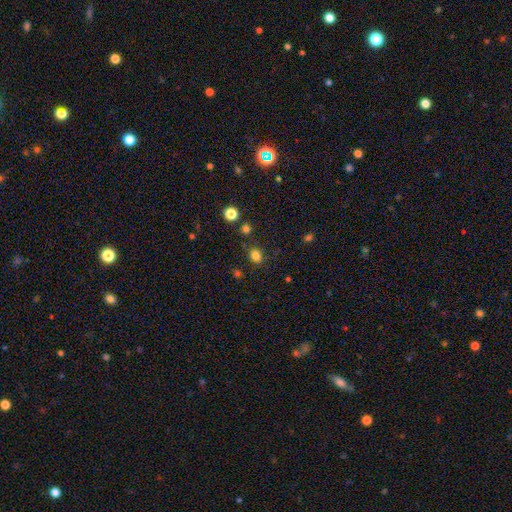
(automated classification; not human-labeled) The model was most divided on "how rounded": round: 54%, in between: 45%, cigar-shaped: 1%. More confident: merging — none (81%); smooth or featured — smooth (80%).